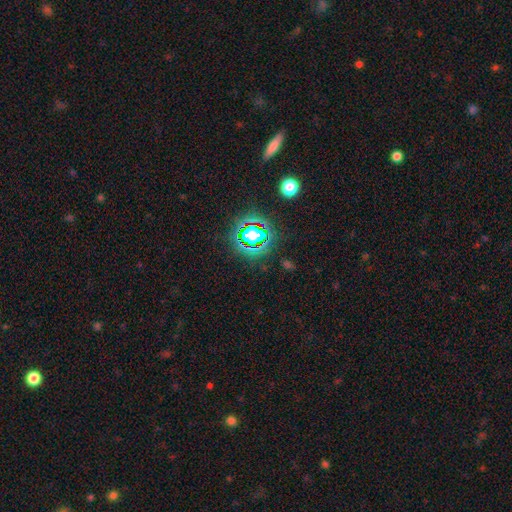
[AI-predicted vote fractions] Overall: star or artifact (76%).